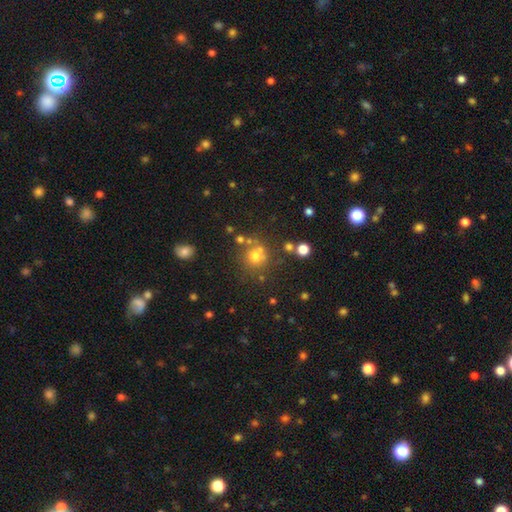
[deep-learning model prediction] A smooth galaxy with no disk features (66%) that is round (87%). Merging: none (63%).